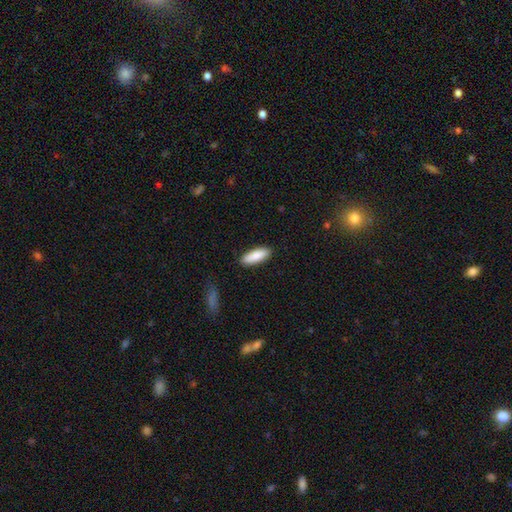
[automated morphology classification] Smooth or featured? Predicted: smooth (p=0.88). How rounded? Predicted: in between (p=0.58). Merging? Predicted: none (p=0.89).